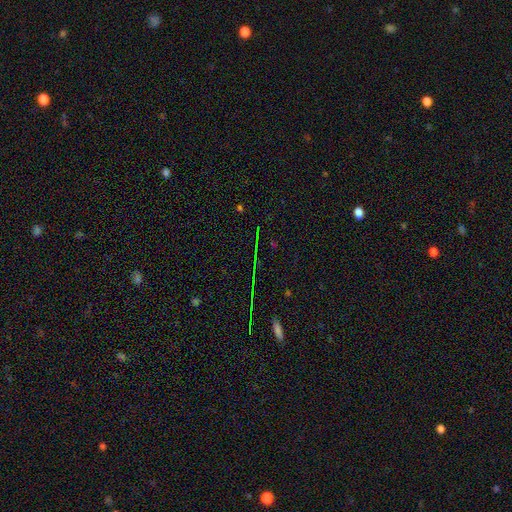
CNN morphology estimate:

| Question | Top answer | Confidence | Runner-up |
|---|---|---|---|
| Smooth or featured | star or artifact | 74% | smooth (13%) |